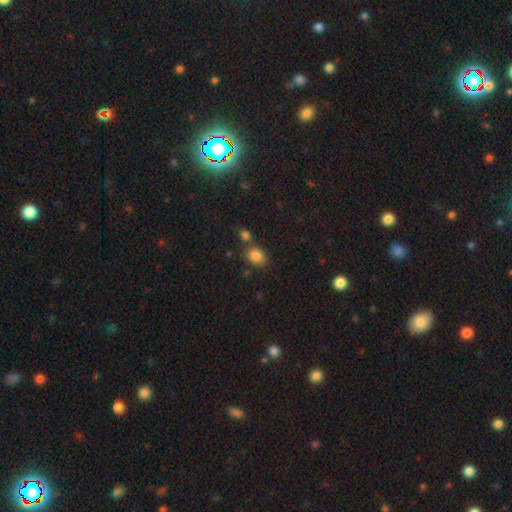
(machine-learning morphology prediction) smooth-or-featured: smooth: 83% | star or artifact: 10% | featured or disk: 6%
  how-rounded: in between: 60% | round: 39% | cigar-shaped: 1%
  merging: none: 62% | merger: 22% | minor disturbance: 12% | major disturbance: 4%